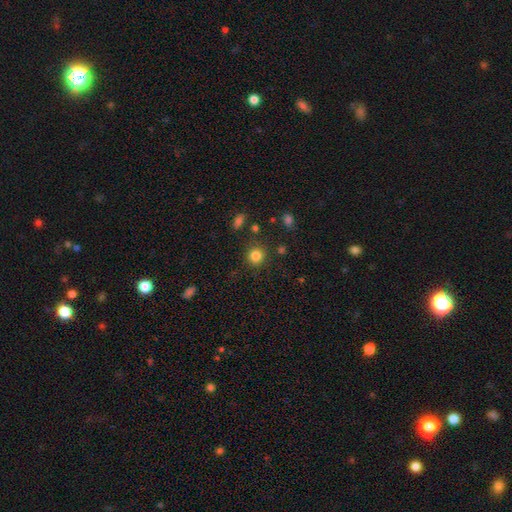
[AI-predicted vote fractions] smooth 83%, star or artifact 12%, featured or disk 5%. Down the decision tree: how rounded — round (90%); merging — none (87%).